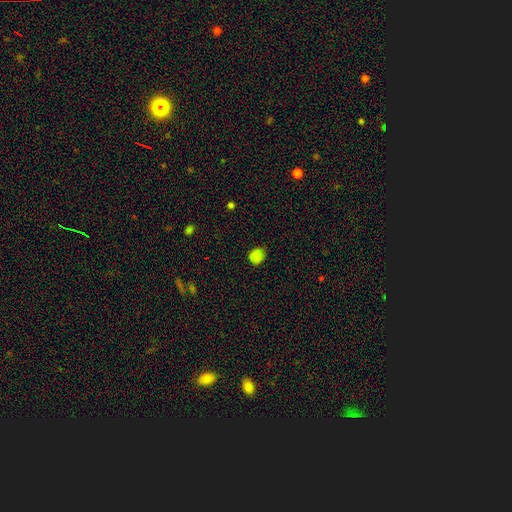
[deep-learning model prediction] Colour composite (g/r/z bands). It shows a smooth galaxy with no disk features (73%) that is round (49%, tied with in between). Merging: none (69%).